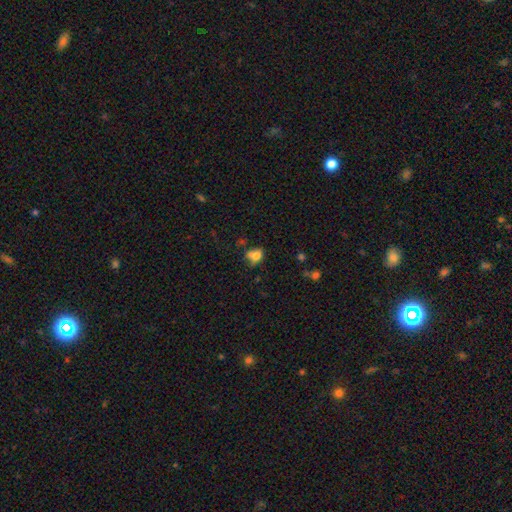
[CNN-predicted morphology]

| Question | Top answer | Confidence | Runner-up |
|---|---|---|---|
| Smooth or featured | smooth | 71% | featured or disk (15%) |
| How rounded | in between | 53% | round (45%) |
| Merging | none | 38% | merger (27%) |